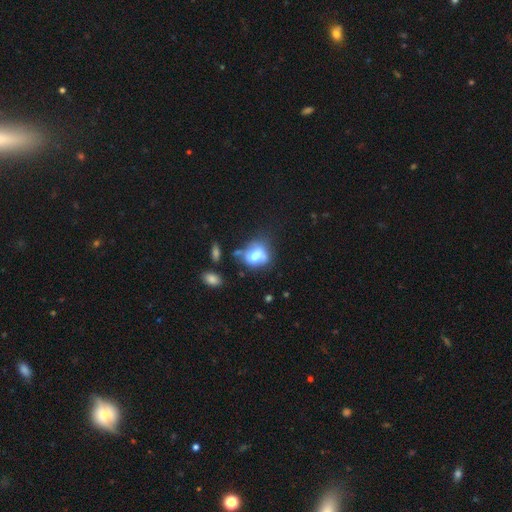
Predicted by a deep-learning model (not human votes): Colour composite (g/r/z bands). It shows a smooth galaxy with no disk features (62%) that is in between round and cigar-shaped (57%). Merging: none (35%).